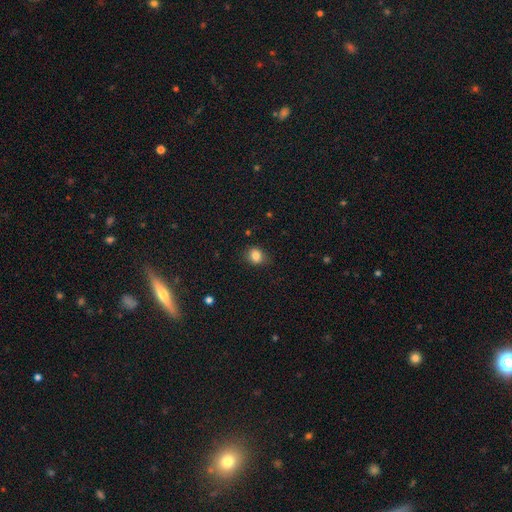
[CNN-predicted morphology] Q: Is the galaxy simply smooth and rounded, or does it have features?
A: smooth — 83%.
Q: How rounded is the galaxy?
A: round — 60%.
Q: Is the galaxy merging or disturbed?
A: none — 74%.